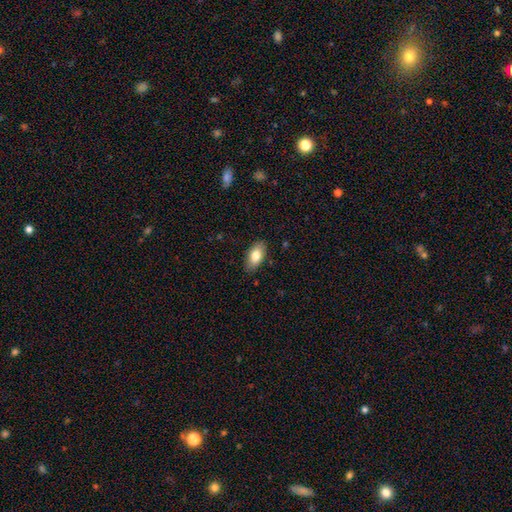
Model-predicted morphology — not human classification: Q: Smooth or featured?
A: smooth (80%); runner-up: featured or disk (13%)
Q: How rounded?
A: in between (92%); runner-up: cigar-shaped (4%)
Q: Merging?
A: none (86%); runner-up: minor disturbance (11%)